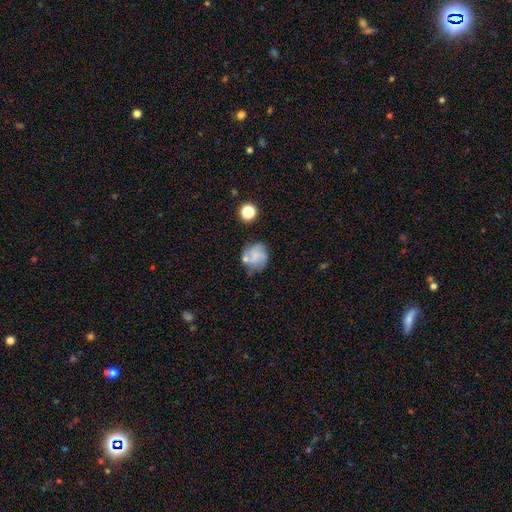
Smooth or featured?
  - smooth: 69% *
  - featured or disk: 26%
  - star or artifact: 5%
How rounded?
  - round: 78% *
  - in between: 19%
  - cigar-shaped: 4%
Merging?
  - none: 54% *
  - minor disturbance: 22%
  - major disturbance: 16%
  - merger: 8%